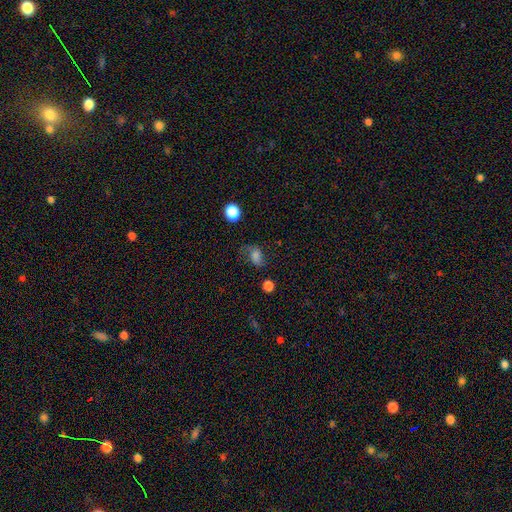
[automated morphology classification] smooth-or-featured: smooth: 71% | star or artifact: 15% | featured or disk: 14%
  how-rounded: in between: 72% | round: 26% | cigar-shaped: 2%
  merging: none: 46% | minor disturbance: 29% | major disturbance: 22% | merger: 3%